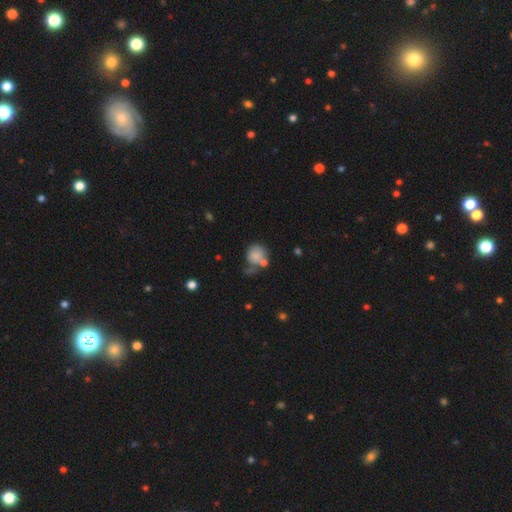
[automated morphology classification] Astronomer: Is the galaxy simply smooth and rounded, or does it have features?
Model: smooth — 78%.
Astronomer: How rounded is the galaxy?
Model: round — 79%.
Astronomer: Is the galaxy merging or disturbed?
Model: none — 40% (runner-up: merger, 26%).